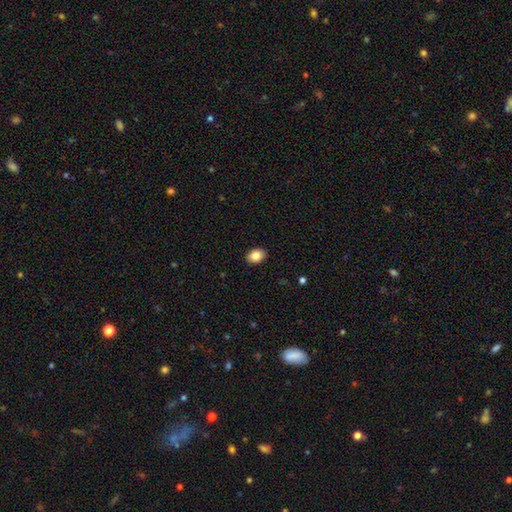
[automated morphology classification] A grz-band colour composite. It shows a smooth galaxy with no disk features (83%) that is in between round and cigar-shaped (75%). Merging: none (89%).